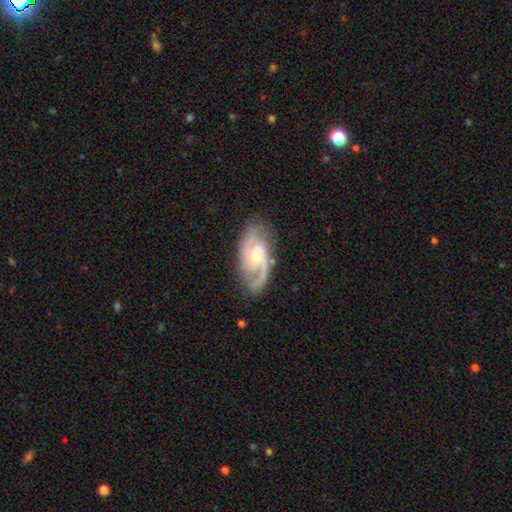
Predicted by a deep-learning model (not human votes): Overall: featured or disk (88%). Edge-on disk: no (96%). Bar: no (52%; weak 40%). Spiral arms: yes (98%). Spiral arm count: 2 (80%). Spiral winding: medium (54%; tight 33%). Bulge size: small (51%; moderate 43%). Merging: none (78%).